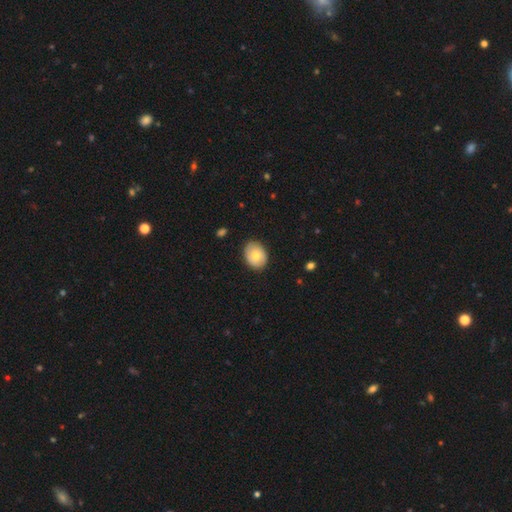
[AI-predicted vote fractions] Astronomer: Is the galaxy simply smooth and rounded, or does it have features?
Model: smooth — 75%.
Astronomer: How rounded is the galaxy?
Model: in between — 62%.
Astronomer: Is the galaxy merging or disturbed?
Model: none — 83%.